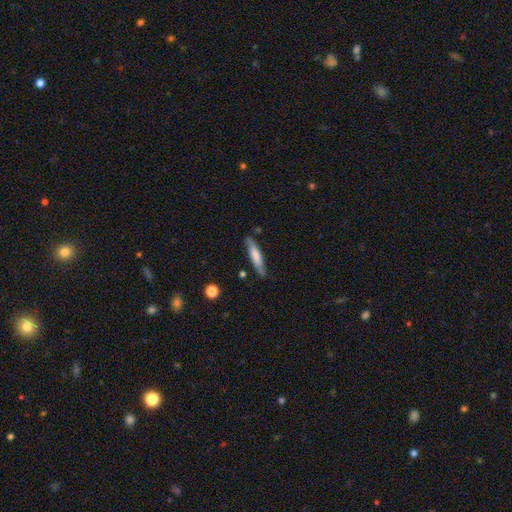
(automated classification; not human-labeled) This appears to be a smooth galaxy with no disk features (64%) that is cigar-shaped (85%). Merging: none (78%).